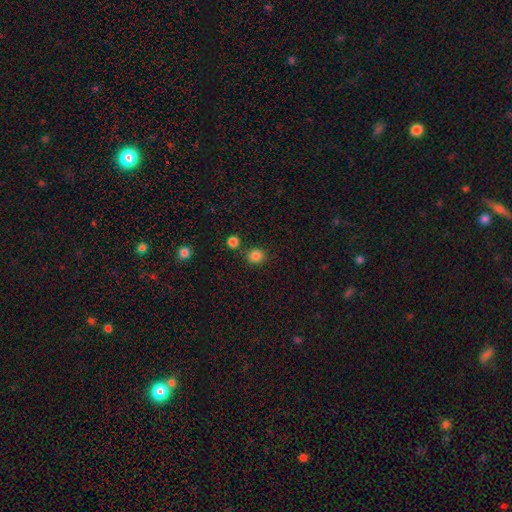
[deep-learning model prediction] Overall: smooth (84%). How rounded: round (82%). Merging: none (82%).